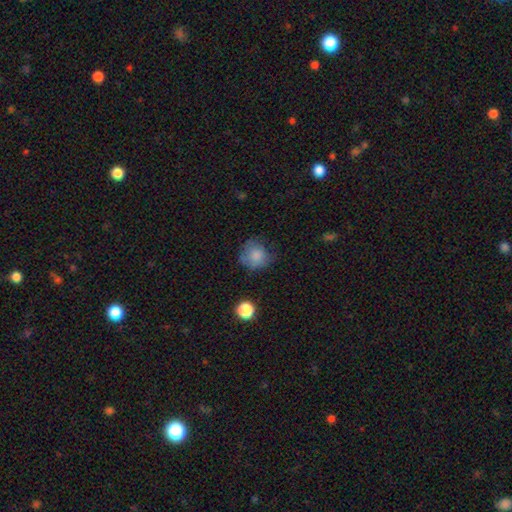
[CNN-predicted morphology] A smooth galaxy with no disk features (79%) that is round (85%).

Vote fractions:
- Smooth or featured? smooth: 79% / featured or disk: 11% / star or artifact: 10%
- How rounded? round: 85% / in between: 15% / cigar-shaped: 1%
- Merging? none: 60% / minor disturbance: 27% / major disturbance: 11% / merger: 3%